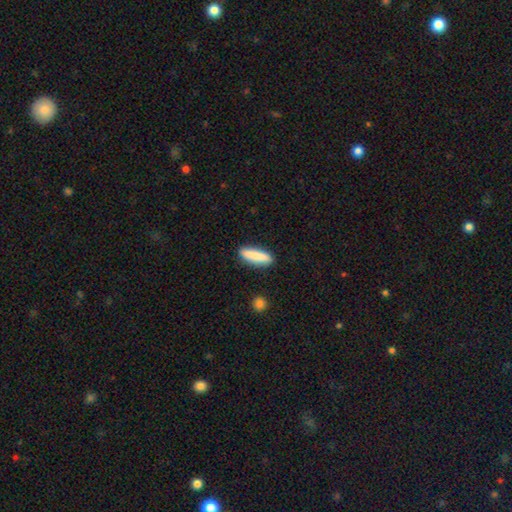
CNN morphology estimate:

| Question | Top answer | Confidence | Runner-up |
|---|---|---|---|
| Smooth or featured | smooth | 85% | featured or disk (9%) |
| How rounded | cigar-shaped | 71% | in between (27%) |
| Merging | none | 88% | minor disturbance (9%) |